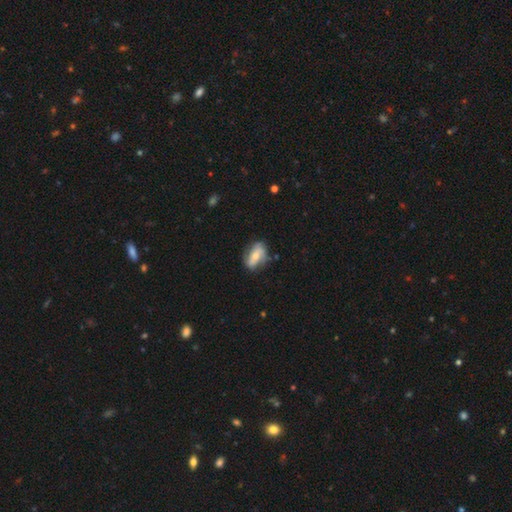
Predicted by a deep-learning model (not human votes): A featured or disk galaxy (57%) with no bar (44%), spiral arms (70%) and a moderate central bulge (54%). Merging: none (68%).